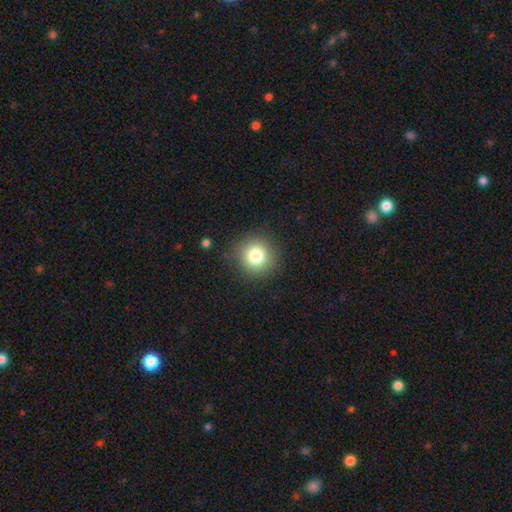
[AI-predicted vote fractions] A smooth galaxy with no disk features (80%) that is round (93%).

Vote fractions:
- Smooth or featured? smooth: 80% / star or artifact: 12% / featured or disk: 8%
- How rounded? round: 93% / in between: 6% / cigar-shaped: 1%
- Merging? none: 87% / minor disturbance: 8% / major disturbance: 3% / merger: 1%